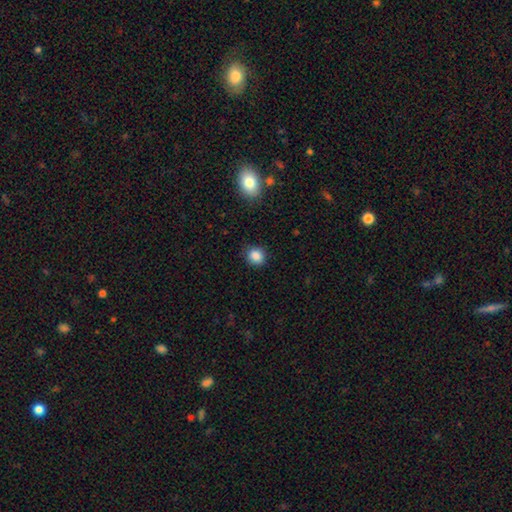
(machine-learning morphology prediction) smooth 86%, star or artifact 10%, featured or disk 4%. Down the decision tree: how rounded — round (86%); merging — none (87%).